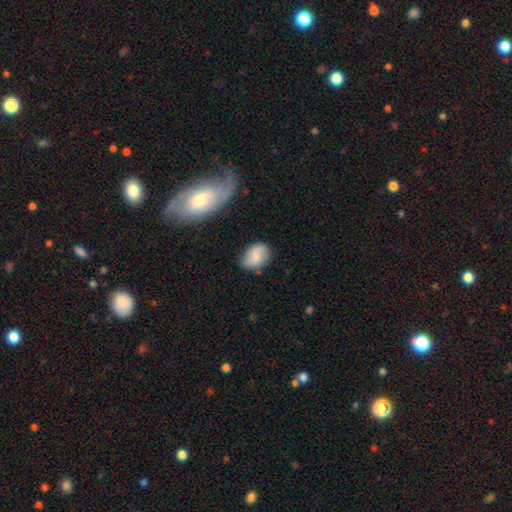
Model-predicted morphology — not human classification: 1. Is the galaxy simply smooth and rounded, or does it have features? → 64% smooth, 28% featured or disk, 8% star or artifact.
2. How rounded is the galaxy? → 67% in between, 31% round, 2% cigar-shaped.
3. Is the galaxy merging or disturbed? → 73% none, 20% minor disturbance, 4% major disturbance, 3% merger.